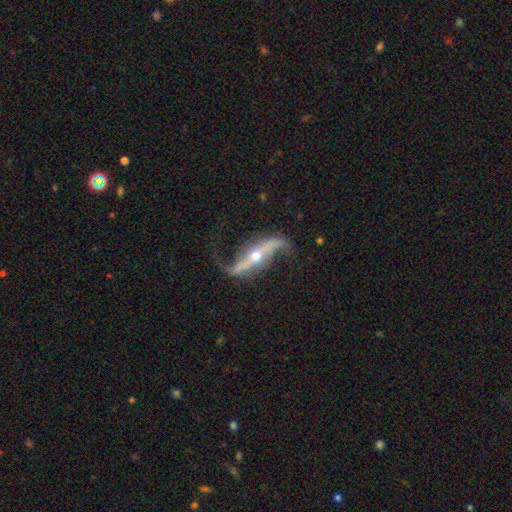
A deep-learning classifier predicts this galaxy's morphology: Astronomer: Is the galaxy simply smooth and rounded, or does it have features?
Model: featured or disk — 91%.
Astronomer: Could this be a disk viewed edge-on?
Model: no — 83%.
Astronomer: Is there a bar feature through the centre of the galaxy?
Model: strong — 55%.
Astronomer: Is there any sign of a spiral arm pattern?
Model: yes — 96%.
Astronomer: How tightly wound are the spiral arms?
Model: loose — 89%.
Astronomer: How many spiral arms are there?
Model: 2 — 94%.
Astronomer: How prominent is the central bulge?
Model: moderate — 49% (runner-up: small, 46%).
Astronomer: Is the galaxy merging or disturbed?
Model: none — 74%.